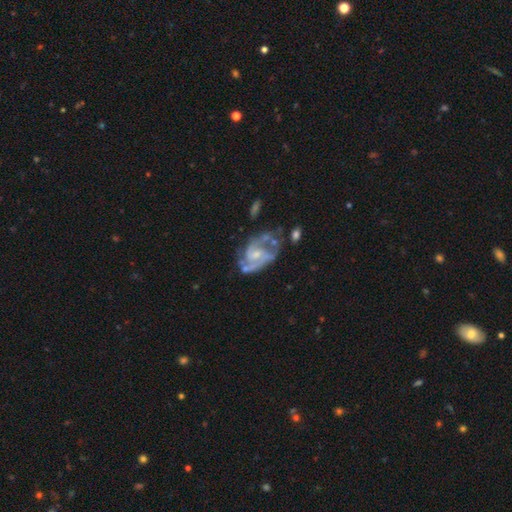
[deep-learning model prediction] This appears to be a featured or disk galaxy (87%) with no bar (47%), 2 (64%) medium (53%) spiral arms (94%) and a small central bulge (55%). Merging: none (44%).